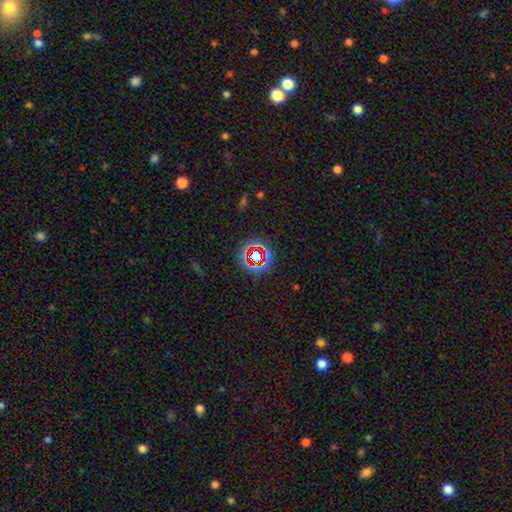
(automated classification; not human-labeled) Smooth or featured? star or artifact (71%)